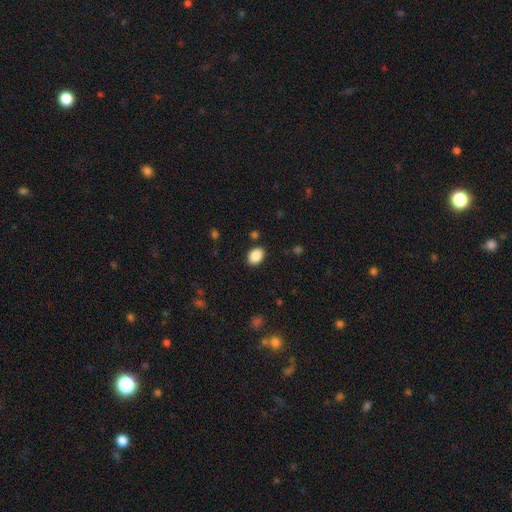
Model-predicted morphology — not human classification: smooth-or-featured: smooth: 89% | star or artifact: 8% | featured or disk: 4%
  how-rounded: in between: 74% | round: 25% | cigar-shaped: 1%
  merging: none: 88% | minor disturbance: 9% | major disturbance: 2% | merger: 2%